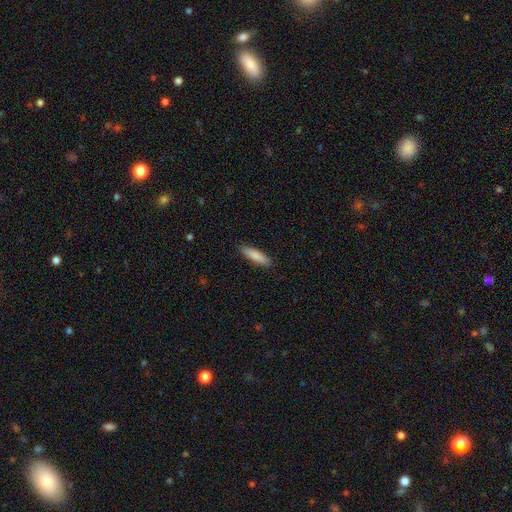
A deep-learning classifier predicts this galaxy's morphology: Q: Smooth or featured?
A: smooth (86%); runner-up: featured or disk (8%)
Q: How rounded?
A: cigar-shaped (70%); runner-up: in between (28%)
Q: Merging?
A: none (89%); runner-up: minor disturbance (8%)